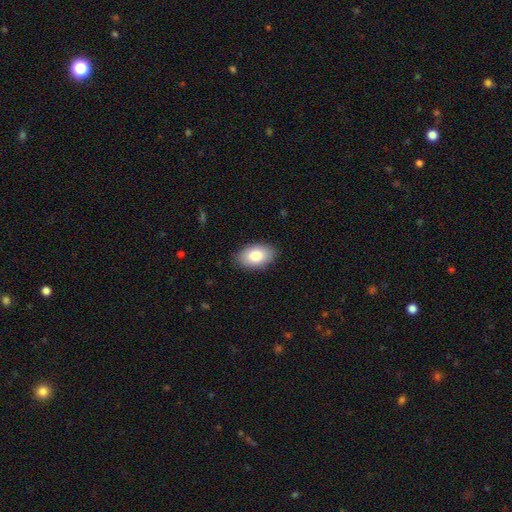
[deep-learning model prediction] Smooth or featured: smooth — 82% (featured or disk — 11%)
How rounded: in between — 93% (round — 6%)
Merging: none — 87% (minor disturbance — 10%)